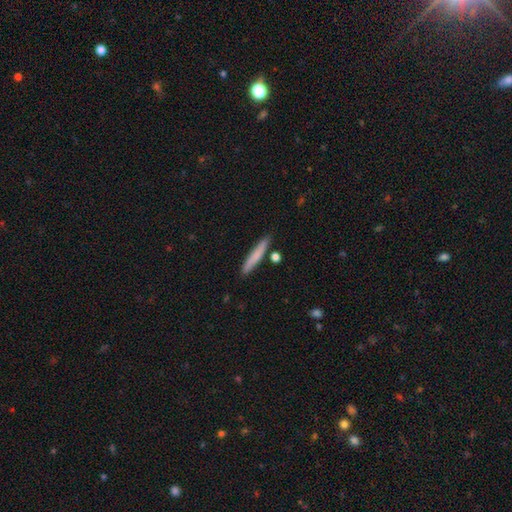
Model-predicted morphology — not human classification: A smooth galaxy with no disk features (74%) that is cigar-shaped (94%).

Vote fractions:
- Smooth or featured? smooth: 74% / featured or disk: 20% / star or artifact: 6%
- How rounded? cigar-shaped: 94% / in between: 5% / round: 1%
- Merging? none: 85% / minor disturbance: 9% / merger: 4% / major disturbance: 2%